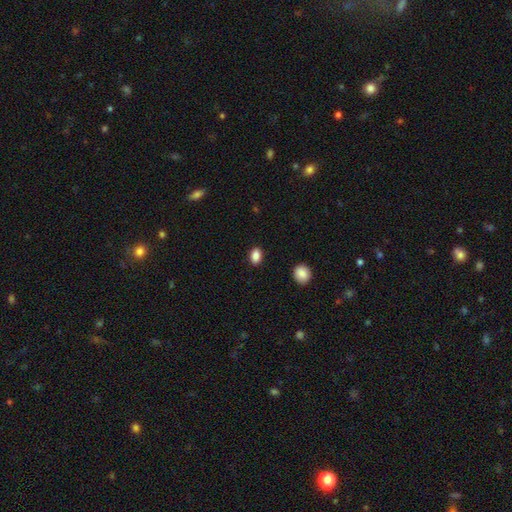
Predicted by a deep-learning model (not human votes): Smooth or featured? Predicted: smooth (p=0.86). How rounded? Predicted: in between (p=0.81). Merging? Predicted: none (p=0.89).